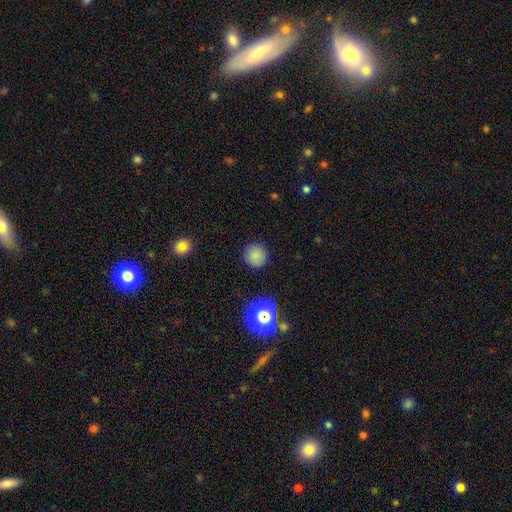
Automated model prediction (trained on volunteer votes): smooth-or-featured: smooth: 82% | star or artifact: 14% | featured or disk: 5%
  how-rounded: round: 94% | in between: 5% | cigar-shaped: 1%
  merging: none: 90% | minor disturbance: 7% | major disturbance: 2% | merger: 1%